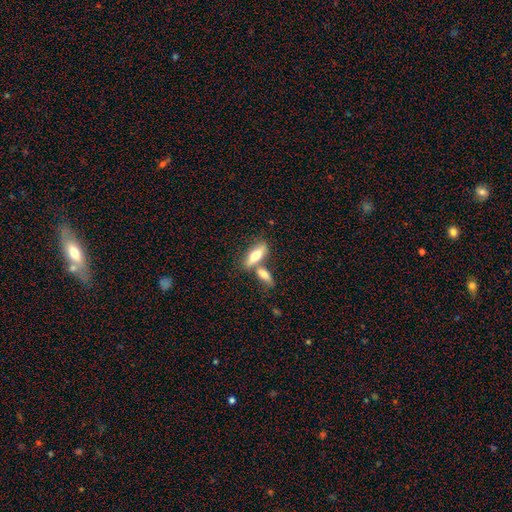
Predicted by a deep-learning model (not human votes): A smooth galaxy with no disk features (68%) that is in between round and cigar-shaped (64%). Merging: merger (44%).